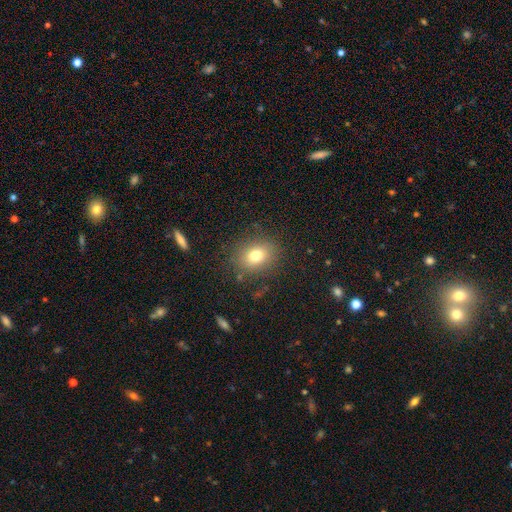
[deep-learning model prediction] smooth-or-featured: smooth: 75% | star or artifact: 13% | featured or disk: 12%
  how-rounded: round: 51% | in between: 48% | cigar-shaped: 1%
  merging: none: 83% | minor disturbance: 11% | major disturbance: 4% | merger: 2%